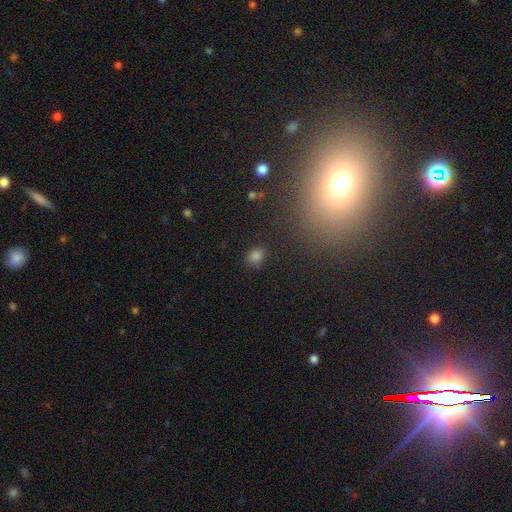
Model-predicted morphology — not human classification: A smooth galaxy with no disk features (77%) that is in between round and cigar-shaped (57%).

Vote fractions:
- Smooth or featured? smooth: 77% / star or artifact: 17% / featured or disk: 5%
- How rounded? in between: 57% / round: 42% / cigar-shaped: 2%
- Merging? none: 81% / minor disturbance: 13% / major disturbance: 4% / merger: 3%